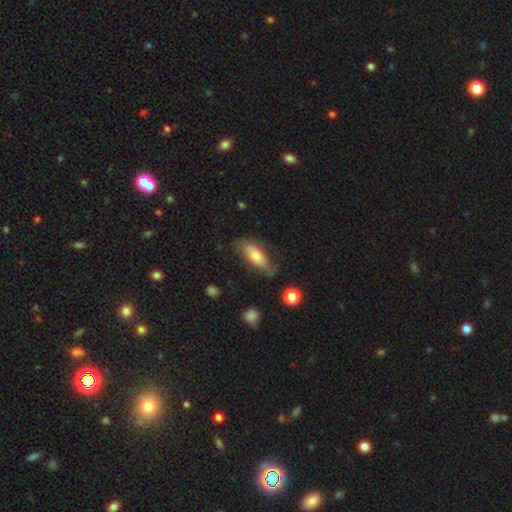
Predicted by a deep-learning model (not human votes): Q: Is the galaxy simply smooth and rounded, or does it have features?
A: smooth — 63%.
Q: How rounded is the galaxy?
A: in between — 75%.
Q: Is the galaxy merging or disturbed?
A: none — 68%.